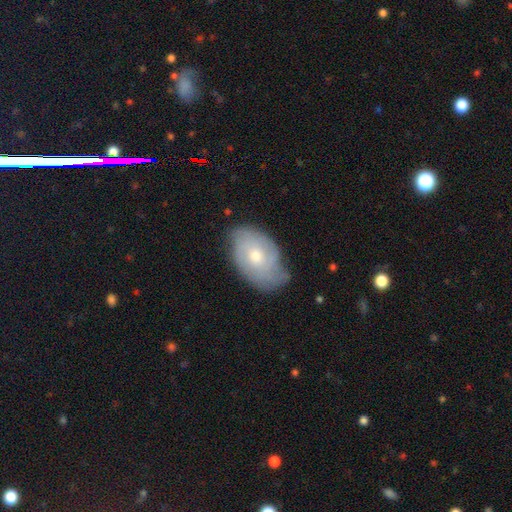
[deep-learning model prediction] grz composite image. It shows a featured or disk galaxy (60%) with no bar (80%), spiral arms (80%) and a moderate central bulge (54%). Merging: none (63%).